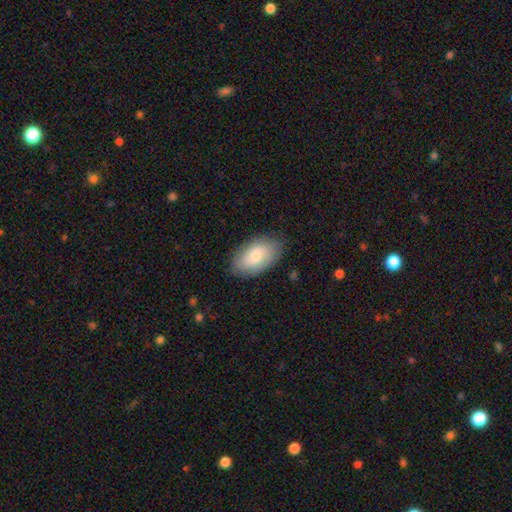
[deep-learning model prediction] A smooth galaxy with no disk features (68%) that is in between round and cigar-shaped (93%). Merging: none (81%).